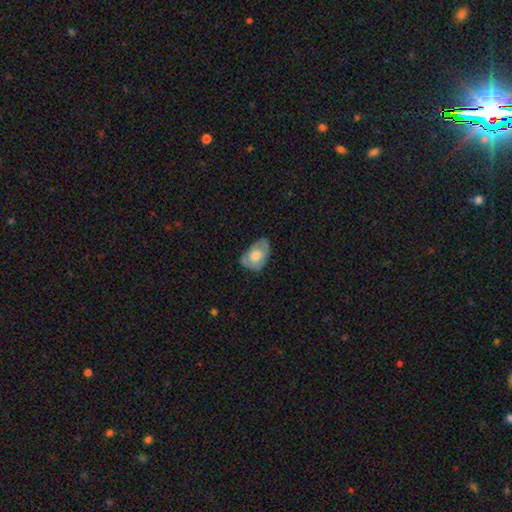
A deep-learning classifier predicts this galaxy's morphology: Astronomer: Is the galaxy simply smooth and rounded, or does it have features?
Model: smooth — 57% (runner-up: featured or disk, 37%).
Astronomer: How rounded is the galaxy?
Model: in between — 85%.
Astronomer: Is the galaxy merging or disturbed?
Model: none — 49% (runner-up: minor disturbance, 37%).